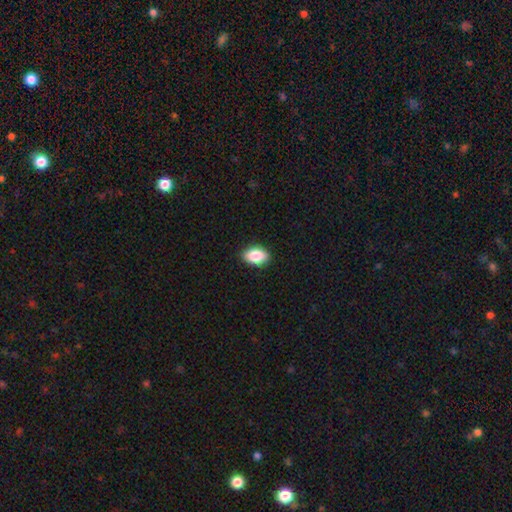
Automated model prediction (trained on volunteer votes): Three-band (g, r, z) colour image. It shows a smooth galaxy with no disk features (87%) that is in between round and cigar-shaped (88%). Merging: none (88%).